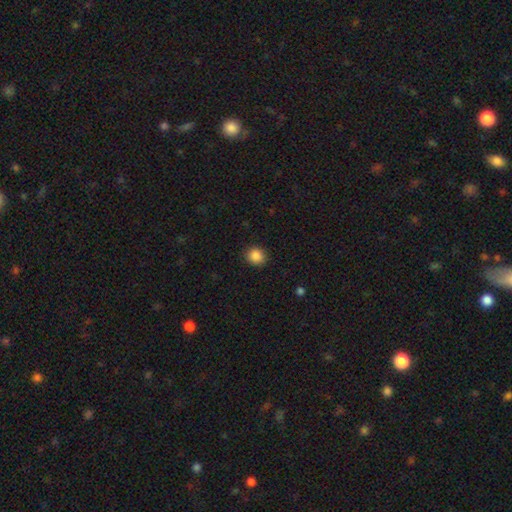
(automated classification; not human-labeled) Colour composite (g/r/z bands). It shows a smooth galaxy with no disk features (86%) that is round (85%). Merging: none (91%).